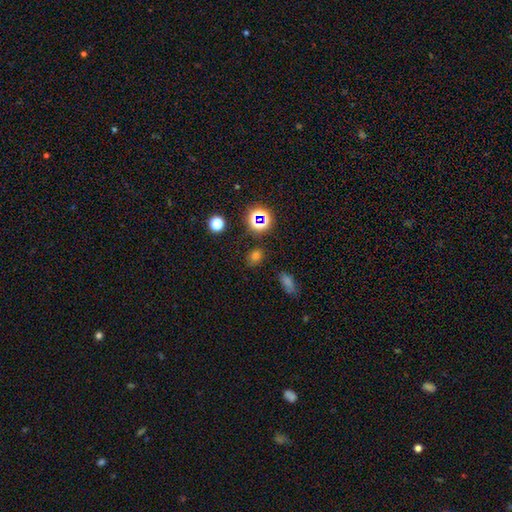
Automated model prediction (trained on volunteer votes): Morphology: type=smooth (57%); roundness=round (57%); merging=none (81%).